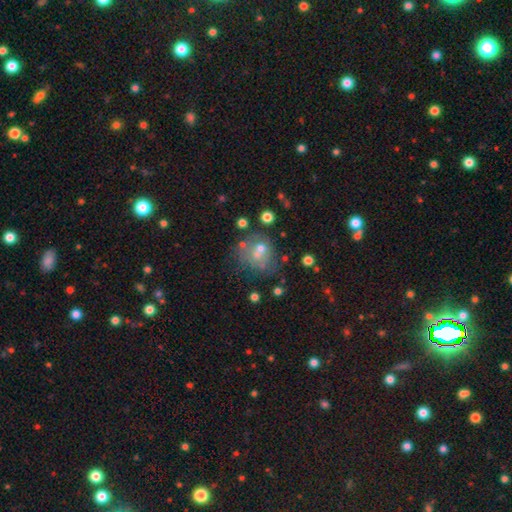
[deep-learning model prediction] Smooth or featured?
  - smooth: 44% *
  - star or artifact: 29%
  - featured or disk: 27%
Merging?
  - none: 55% *
  - minor disturbance: 18%
  - merger: 14%
  - major disturbance: 13%